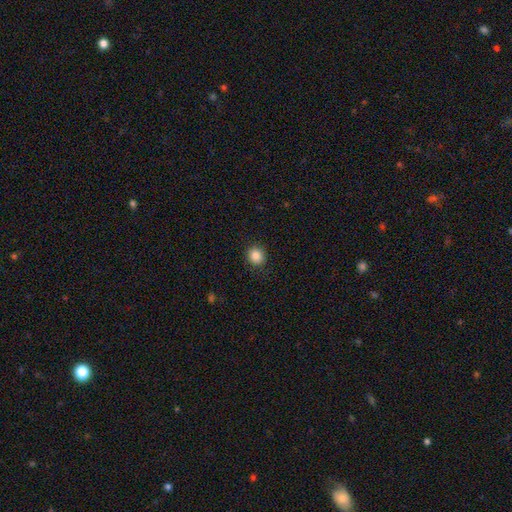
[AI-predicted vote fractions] Smooth or featured?
  - smooth: 86% *
  - star or artifact: 10%
  - featured or disk: 4%
How rounded?
  - round: 86% *
  - in between: 13%
  - cigar-shaped: 1%
Merging?
  - none: 89% *
  - minor disturbance: 7%
  - major disturbance: 2%
  - merger: 1%